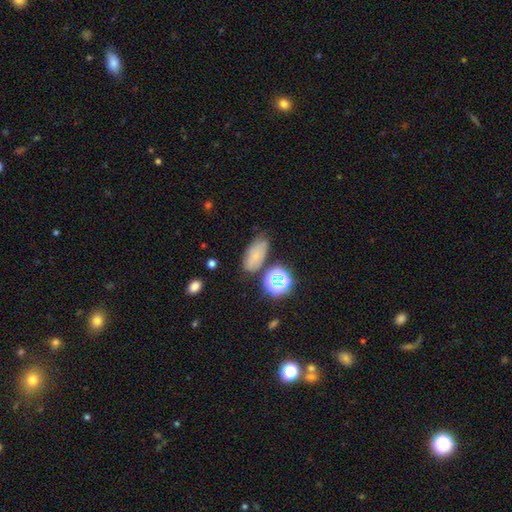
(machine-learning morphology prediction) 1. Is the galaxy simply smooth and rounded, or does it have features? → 63% smooth, 19% featured or disk, 17% star or artifact.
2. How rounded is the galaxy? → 84% in between, 11% round, 5% cigar-shaped.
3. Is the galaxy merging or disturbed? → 61% none, 23% minor disturbance, 9% merger, 7% major disturbance.